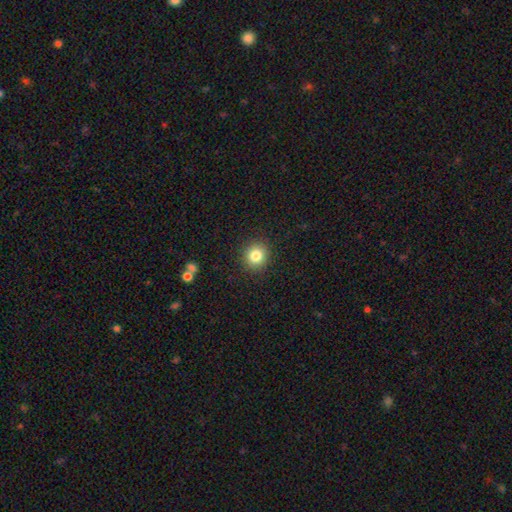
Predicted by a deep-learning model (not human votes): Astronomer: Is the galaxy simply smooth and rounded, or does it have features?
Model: smooth — 83%.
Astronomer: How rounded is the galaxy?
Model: round — 89%.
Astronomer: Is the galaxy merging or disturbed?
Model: none — 91%.